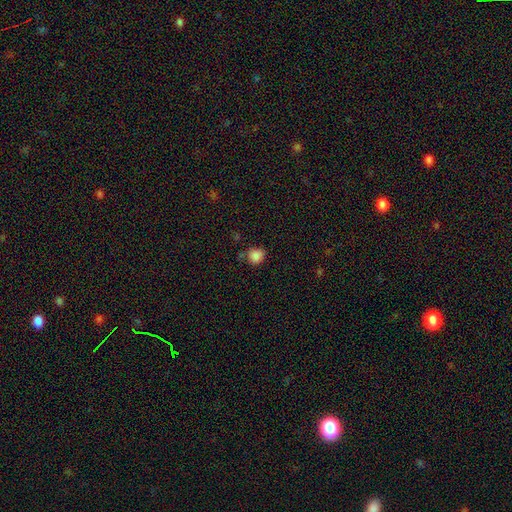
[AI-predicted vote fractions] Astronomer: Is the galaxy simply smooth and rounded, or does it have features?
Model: smooth — 86%.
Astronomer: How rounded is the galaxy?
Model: round — 85%.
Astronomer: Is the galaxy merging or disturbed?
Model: none — 74%.